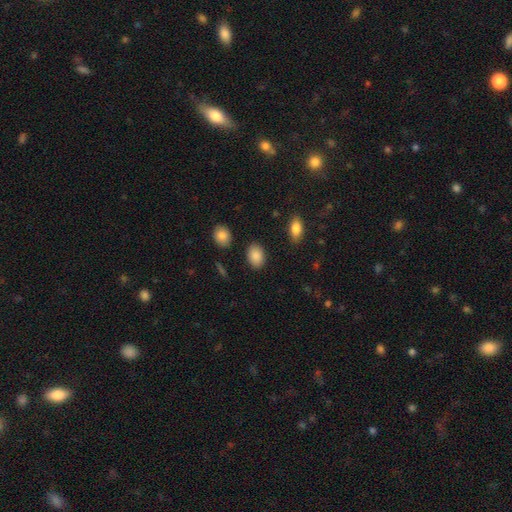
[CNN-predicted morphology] type=smooth (88%); roundness=in between (86%); merging=none (87%).